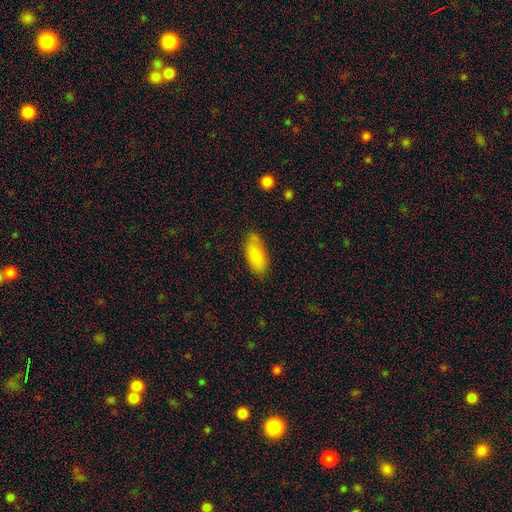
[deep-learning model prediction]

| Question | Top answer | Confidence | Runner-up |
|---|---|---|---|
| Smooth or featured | smooth | 83% | featured or disk (11%) |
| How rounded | in between | 87% | cigar-shaped (11%) |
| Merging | none | 78% | minor disturbance (17%) |